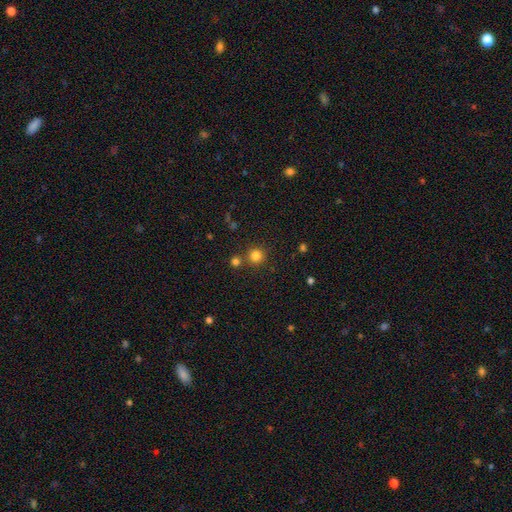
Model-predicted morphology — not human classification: Overall: smooth (81%). How rounded: round (94%). Merging: none (78%).